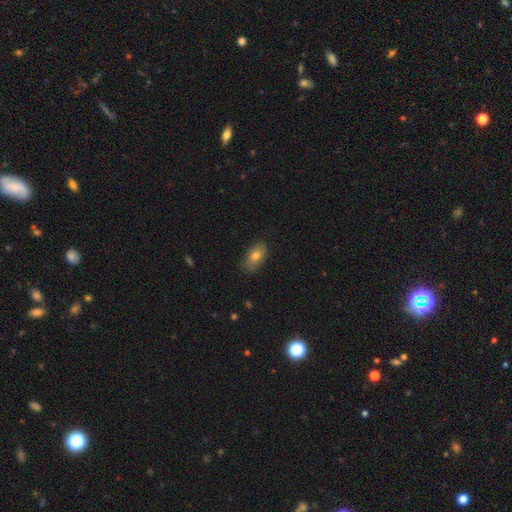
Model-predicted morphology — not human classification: This appears to be a smooth galaxy with no disk features (73%) that is in between round and cigar-shaped (90%). Merging: none (76%).